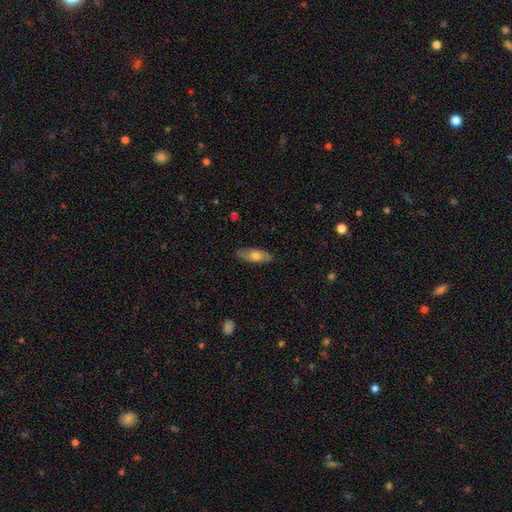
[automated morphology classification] smooth_or_featured: smooth (p=0.63) [alt: featured or disk p=0.31]
how_rounded: in between (p=0.70) [alt: cigar-shaped p=0.27]
merging: none (p=0.86) [alt: minor disturbance p=0.11]